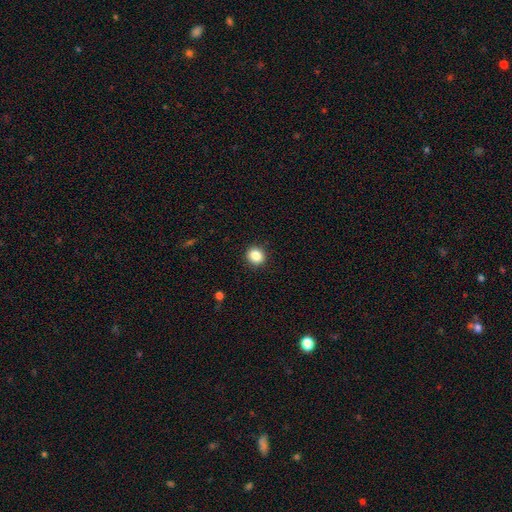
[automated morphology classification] The model was most divided on "how rounded": round: 82%, in between: 17%, cigar-shaped: 1%. More confident: merging — none (92%); smooth or featured — smooth (86%).